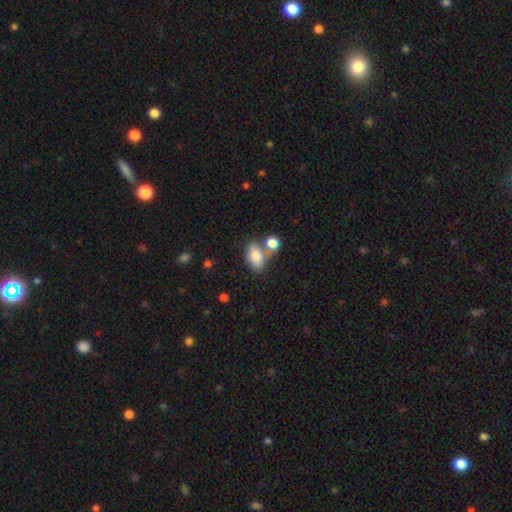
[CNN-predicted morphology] smooth_or_featured: smooth (p=0.80) [alt: featured or disk p=0.12]
how_rounded: in between (p=0.89) [alt: round p=0.08]
merging: none (p=0.43) [alt: merger p=0.38]